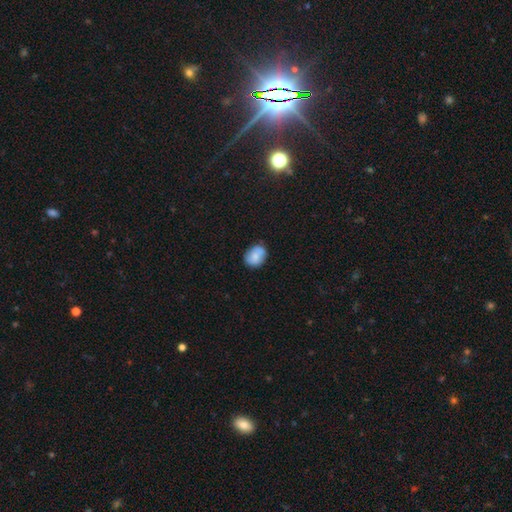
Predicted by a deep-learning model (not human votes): Overall: smooth (73%). How rounded: round (53%; in between 46%). Merging: none (71%).